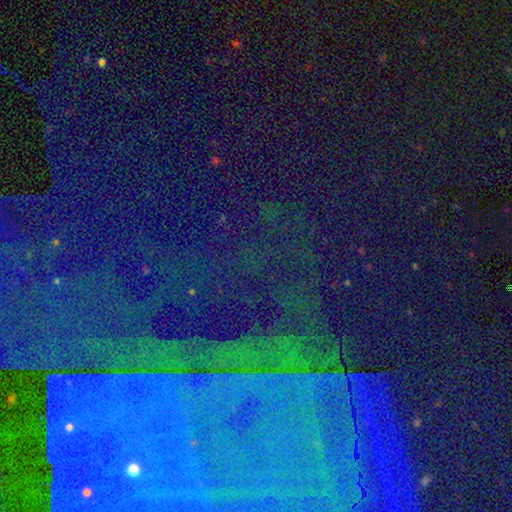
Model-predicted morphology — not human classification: Smooth or featured?
  - star or artifact: 80% *
  - featured or disk: 10%
  - smooth: 10%